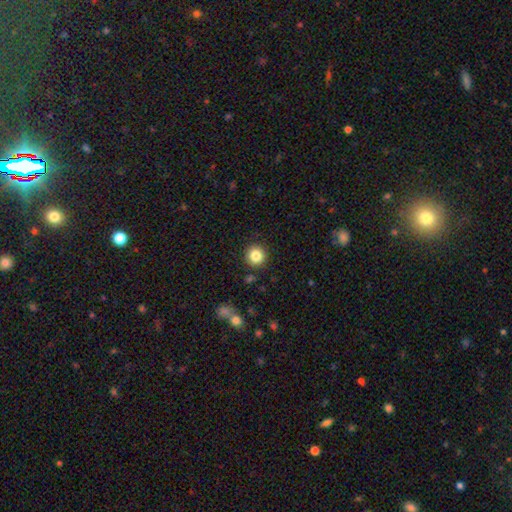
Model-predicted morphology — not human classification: Smooth or featured: smooth — 85% (star or artifact — 10%)
How rounded: round — 94% (in between — 5%)
Merging: none — 91% (minor disturbance — 6%)